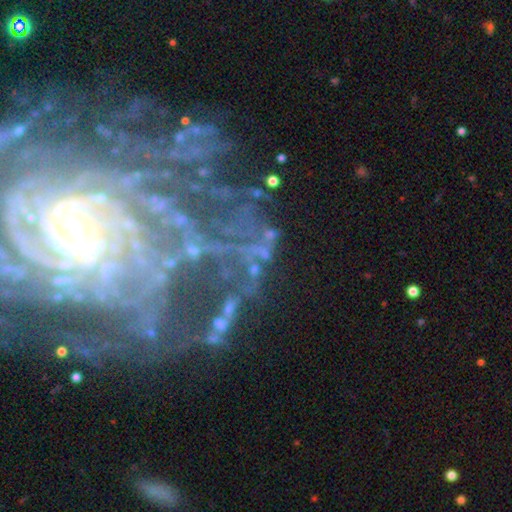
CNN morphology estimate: Overall: featured or disk (83%). Edge-on disk: no (96%). Bar: weak (41%; strong 31%). Spiral arms: yes (89%). Spiral arm count: can't tell (37%; more than 4 24%). Spiral winding: tight (66%). Bulge size: small (55%; moderate 33%). Merging: none (57%; major disturbance 24%).